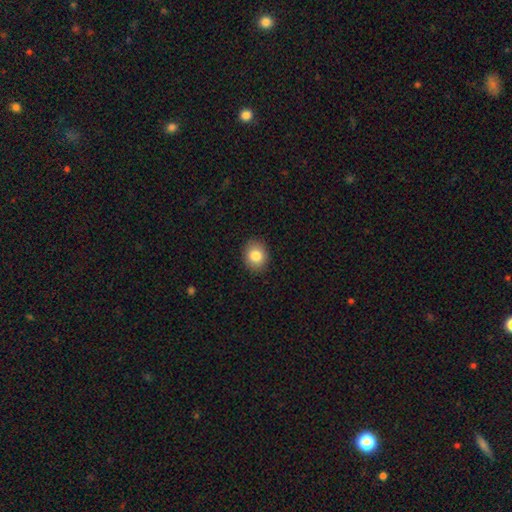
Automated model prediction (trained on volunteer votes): Smooth or featured? Predicted: smooth (p=0.83). How rounded? Predicted: round (p=0.63). Merging? Predicted: none (p=0.90).